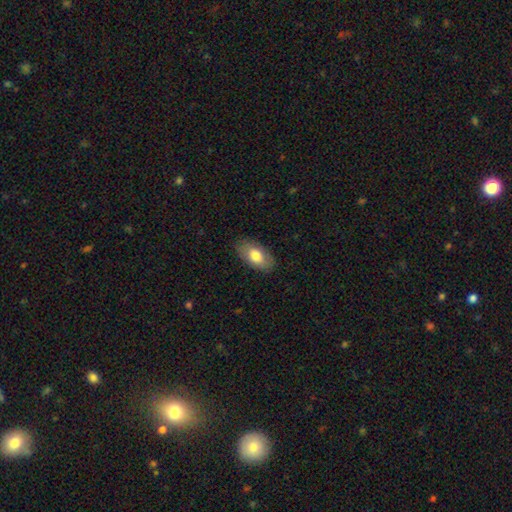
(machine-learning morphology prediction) Smooth or featured? Predicted: smooth (p=0.78). How rounded? Predicted: in between (p=0.93). Merging? Predicted: none (p=0.84).